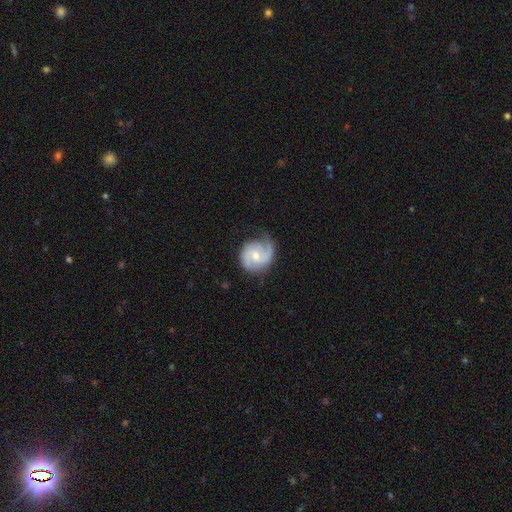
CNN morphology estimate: smooth-or-featured: featured or disk: 79% | smooth: 16% | star or artifact: 5%
  disk-edge-on: no: 98% | yes: 2%
    bar: no: 56% | weak: 38% | strong: 6%
    has-spiral-arms: yes: 96% | no: 4%
      spiral-winding: medium: 46% | tight: 36% | loose: 19%
      spiral-arm-count: 2: 68% | 1: 14% | can't tell: 8% | 3: 6% | 4: 2% | more than 4: 2%
    bulge-size: moderate: 51% | small: 44% | large: 2% | none: 2% | dominant: 1%
  merging: none: 64% | minor disturbance: 24% | major disturbance: 11% | merger: 1%